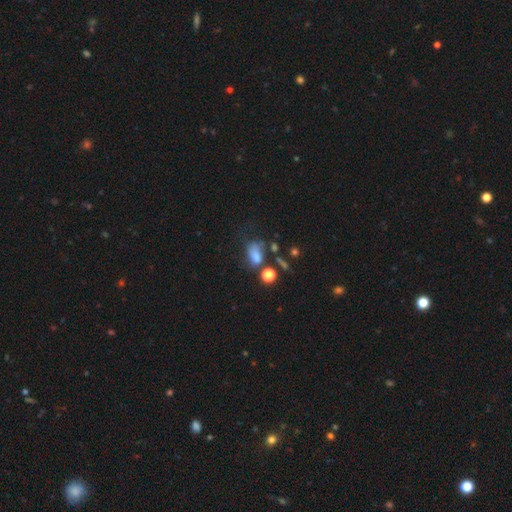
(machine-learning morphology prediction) Smooth or featured?
  - smooth: 67% *
  - star or artifact: 17%
  - featured or disk: 16%
How rounded?
  - in between: 75% *
  - round: 22%
  - cigar-shaped: 3%
Merging?
  - none: 32% *
  - major disturbance: 28%
  - minor disturbance: 24%
  - merger: 16%